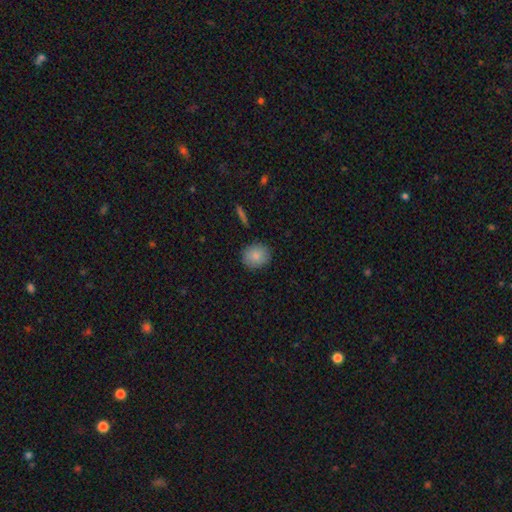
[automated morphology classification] Smooth or featured?
  - smooth: 84% *
  - star or artifact: 8%
  - featured or disk: 8%
How rounded?
  - round: 79% *
  - in between: 20%
  - cigar-shaped: 1%
Merging?
  - none: 88% *
  - minor disturbance: 8%
  - major disturbance: 2%
  - merger: 1%